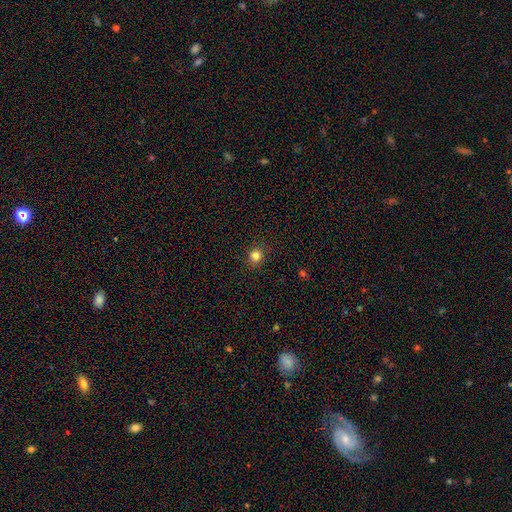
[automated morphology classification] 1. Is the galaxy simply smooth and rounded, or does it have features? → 83% smooth, 12% star or artifact, 5% featured or disk.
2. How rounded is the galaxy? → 84% round, 15% in between, 1% cigar-shaped.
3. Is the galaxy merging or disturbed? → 90% none, 7% minor disturbance, 2% major disturbance, 1% merger.